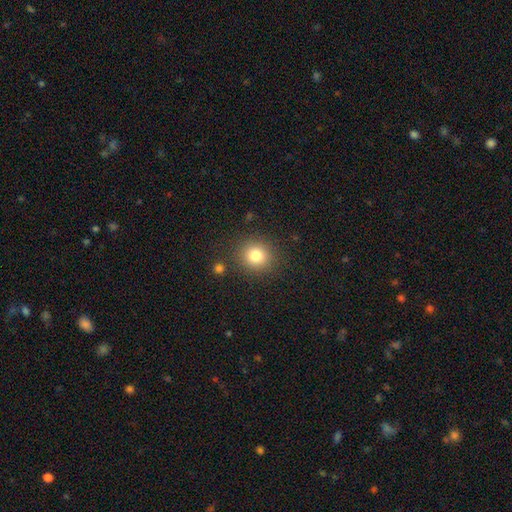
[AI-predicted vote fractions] This is likely a smooth galaxy (80%). How rounded: clearly round (88%). Merging: clearly none (87%).